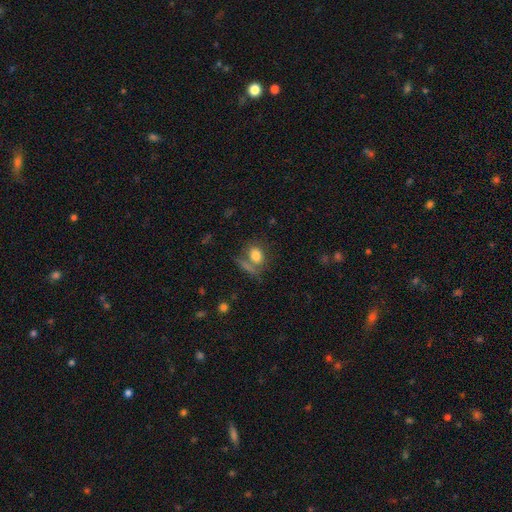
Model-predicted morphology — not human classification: Smooth or featured? Predicted: smooth (p=0.79). How rounded? Predicted: in between (p=0.63). Merging? Predicted: none (p=0.56).